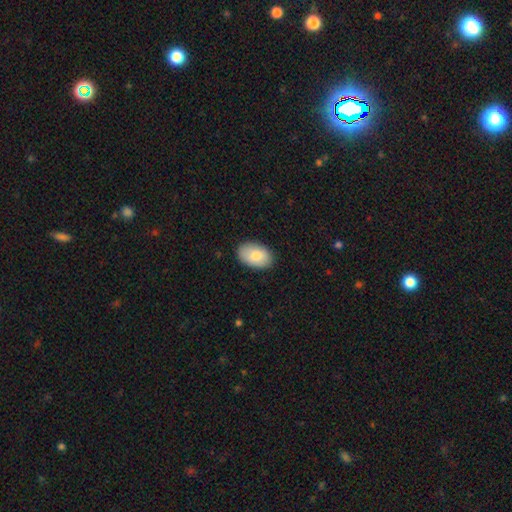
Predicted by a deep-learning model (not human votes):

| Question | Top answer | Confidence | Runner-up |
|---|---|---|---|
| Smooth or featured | smooth | 84% | featured or disk (10%) |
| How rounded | in between | 92% | round (7%) |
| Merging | none | 88% | minor disturbance (9%) |